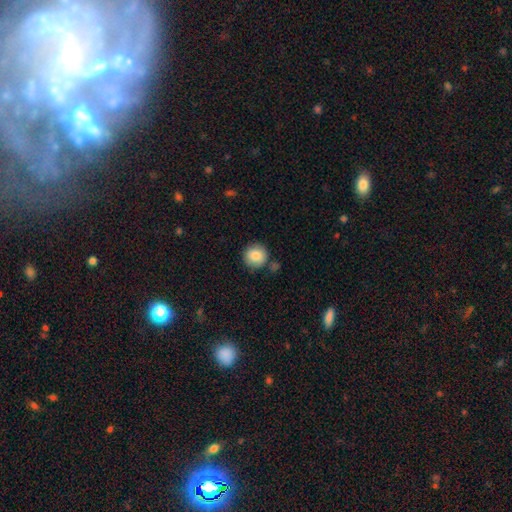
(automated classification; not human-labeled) A smooth galaxy with no disk features (86%) that is round (93%).

Vote fractions:
- Smooth or featured? smooth: 86% / star or artifact: 8% / featured or disk: 6%
- How rounded? round: 93% / in between: 6% / cigar-shaped: 1%
- Merging? none: 80% / minor disturbance: 11% / merger: 6% / major disturbance: 3%